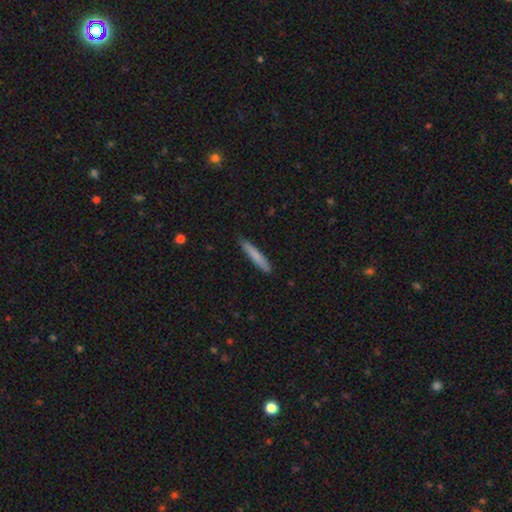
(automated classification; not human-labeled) This is likely a smooth galaxy (79%). How rounded: clearly cigar-shaped (94%). Merging: clearly none (87%).